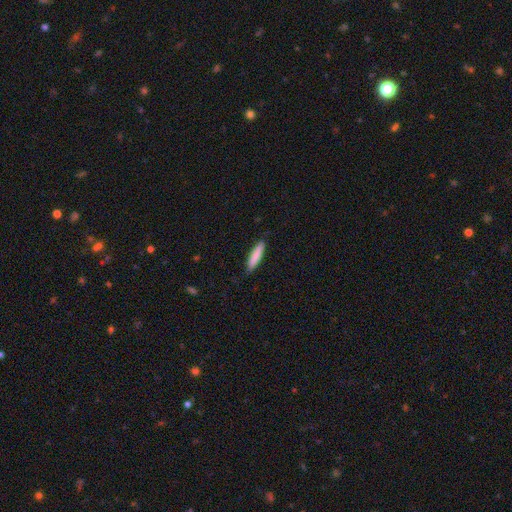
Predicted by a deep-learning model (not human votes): A smooth galaxy with no disk features (83%) that is cigar-shaped (86%).

Vote fractions:
- Smooth or featured? smooth: 83% / featured or disk: 12% / star or artifact: 6%
- How rounded? cigar-shaped: 86% / in between: 13% / round: 1%
- Merging? none: 84% / minor disturbance: 12% / major disturbance: 2% / merger: 1%